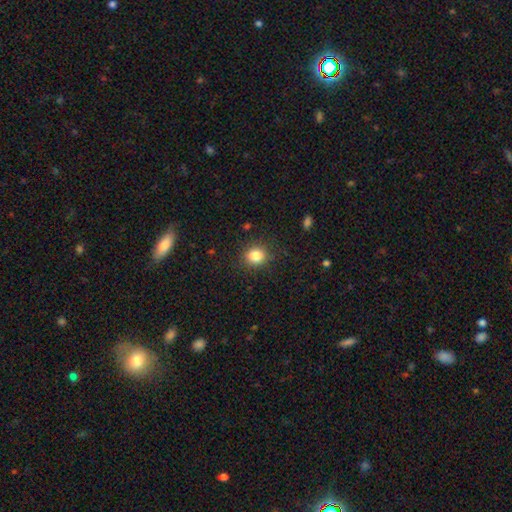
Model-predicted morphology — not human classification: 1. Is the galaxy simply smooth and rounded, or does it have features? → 84% smooth, 11% star or artifact, 5% featured or disk.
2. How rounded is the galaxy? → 74% round, 25% in between, 1% cigar-shaped.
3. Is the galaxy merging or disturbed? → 86% none, 10% minor disturbance, 3% major disturbance, 1% merger.